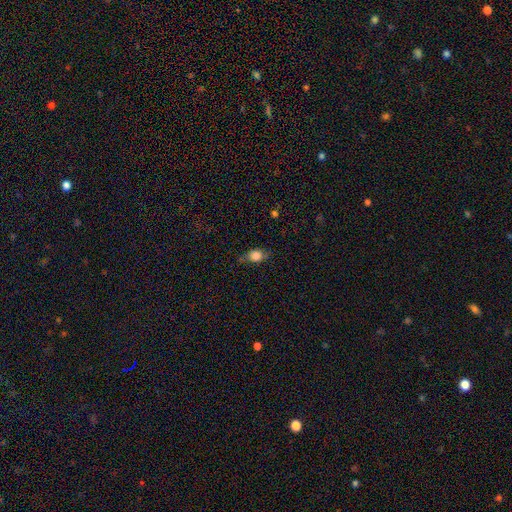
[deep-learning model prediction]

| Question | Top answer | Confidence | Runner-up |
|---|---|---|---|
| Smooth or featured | smooth | 72% | featured or disk (18%) |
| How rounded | in between | 59% | round (35%) |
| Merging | none | 66% | minor disturbance (25%) |